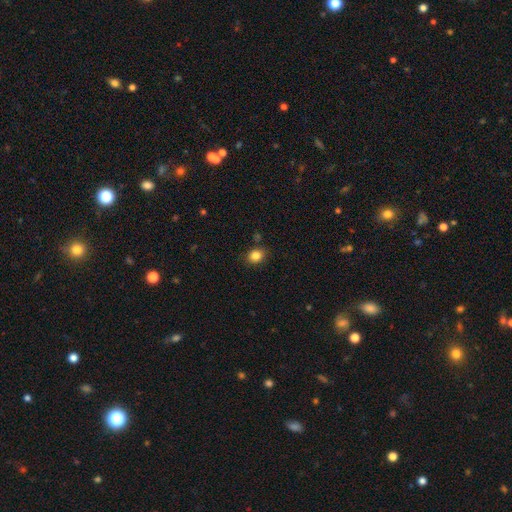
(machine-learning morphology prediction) Overall: smooth (84%). How rounded: round (59%; in between 40%). Merging: none (84%).